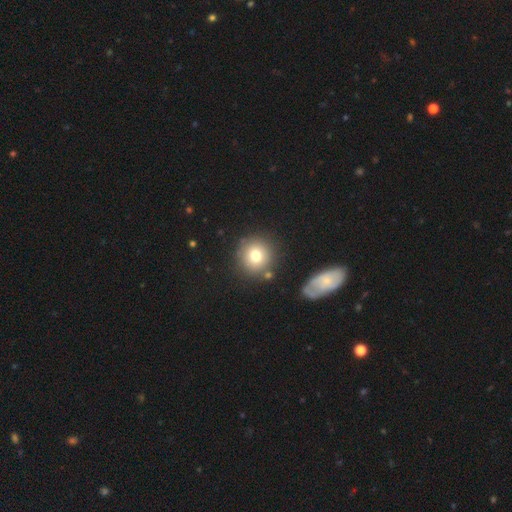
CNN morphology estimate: This is likely a smooth galaxy (76%). How rounded: clearly round (93%). Merging: clearly none (80%).